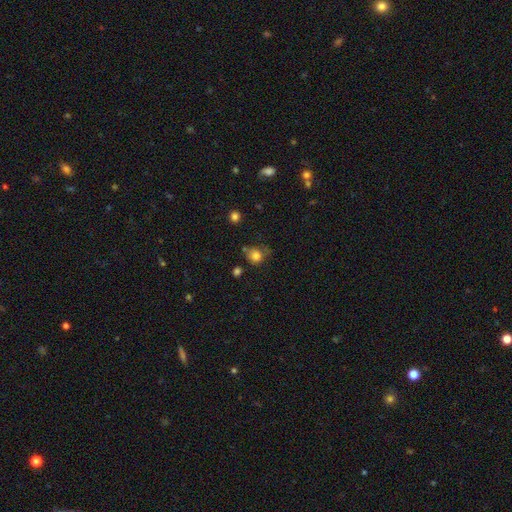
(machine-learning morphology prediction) This is clearly a smooth galaxy (80%). How rounded: likely round (80%). Merging: possibly none (58%).